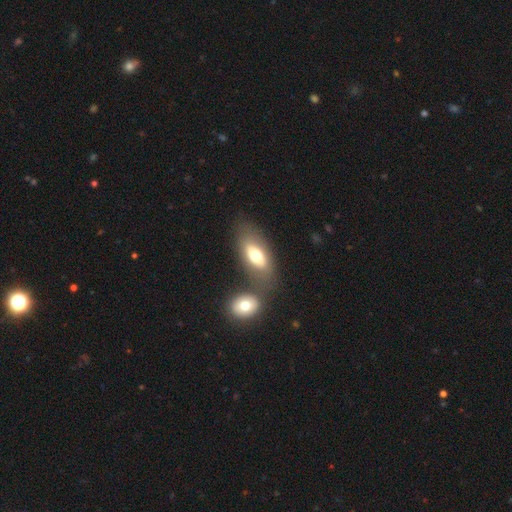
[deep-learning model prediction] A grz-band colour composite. It shows a smooth galaxy with no disk features (64%) that is in between round and cigar-shaped (87%). Merging: none (52%).